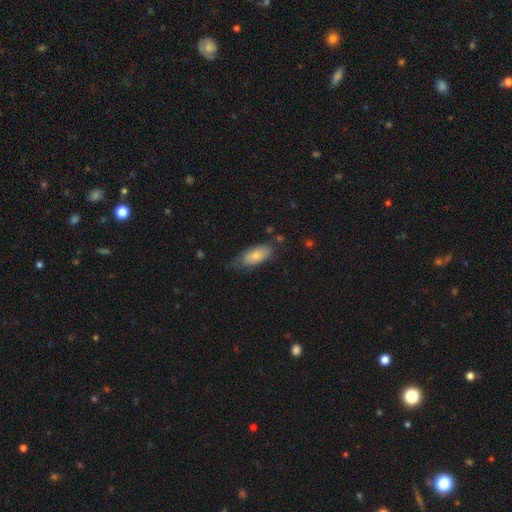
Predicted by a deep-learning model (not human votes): Morphology: type=smooth (78%); roundness=in between (85%); merging=none (58%).